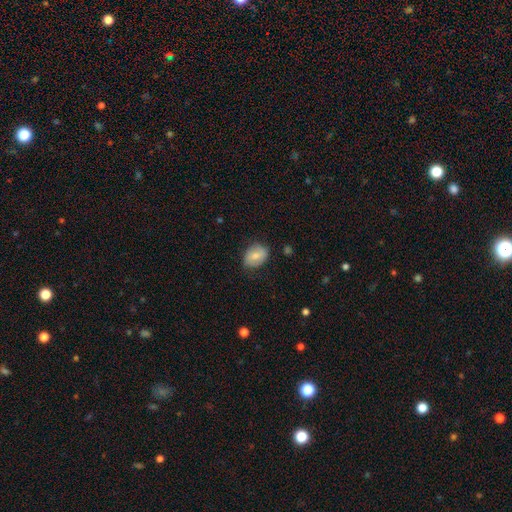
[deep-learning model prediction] Morphology: type=smooth (72%); roundness=in between (66%); merging=none (72%).